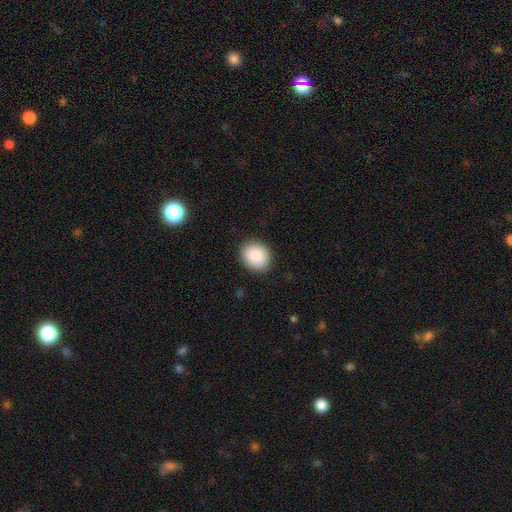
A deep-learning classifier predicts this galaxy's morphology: Q: Smooth or featured?
A: smooth (89%); runner-up: star or artifact (7%)
Q: How rounded?
A: round (50%); runner-up: in between (49%)
Q: Merging?
A: none (89%); runner-up: minor disturbance (8%)